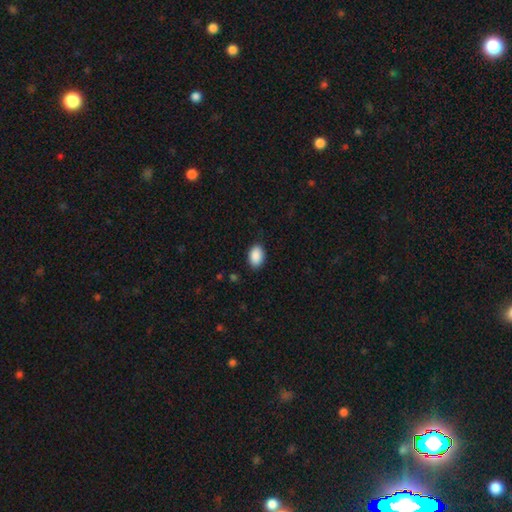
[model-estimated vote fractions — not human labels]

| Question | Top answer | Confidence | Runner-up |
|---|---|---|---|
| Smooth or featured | smooth | 90% | star or artifact (7%) |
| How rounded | in between | 89% | round (10%) |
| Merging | none | 87% | minor disturbance (9%) |